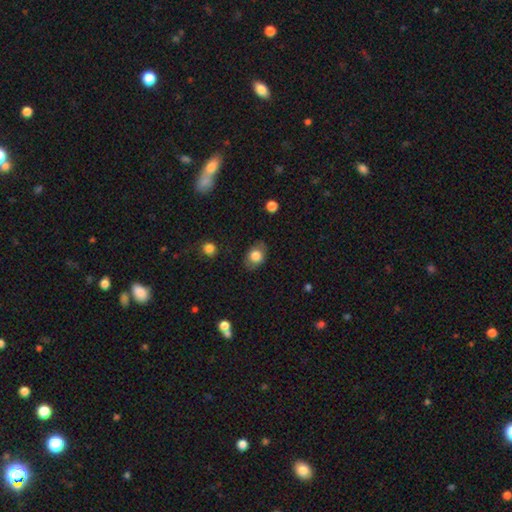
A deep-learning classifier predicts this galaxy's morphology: smooth 78%, featured or disk 14%, star or artifact 8%. Down the decision tree: how rounded — in between (68%); merging — none (80%).